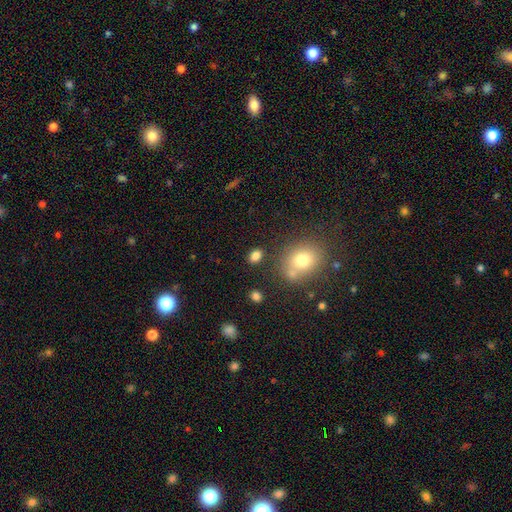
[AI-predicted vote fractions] Q: Smooth or featured?
A: smooth (82%); runner-up: star or artifact (12%)
Q: How rounded?
A: in between (73%); runner-up: round (25%)
Q: Merging?
A: none (80%); runner-up: minor disturbance (11%)